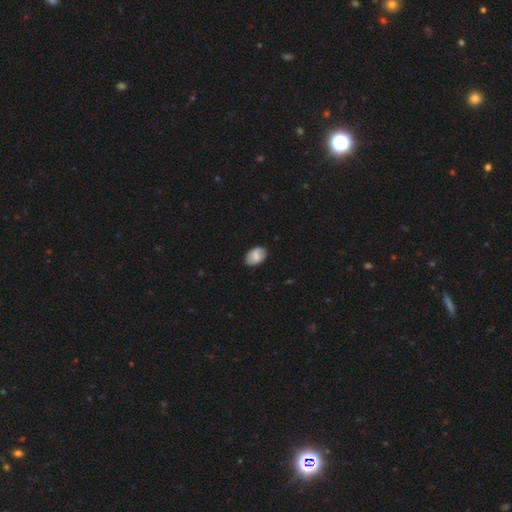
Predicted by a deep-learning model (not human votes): Overall: smooth (74%). How rounded: in between (87%). Merging: none (84%).